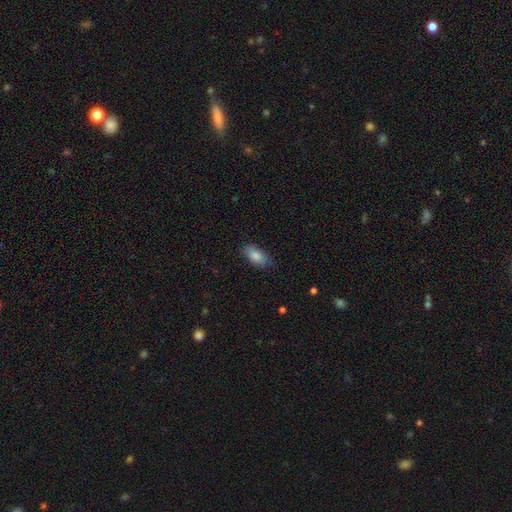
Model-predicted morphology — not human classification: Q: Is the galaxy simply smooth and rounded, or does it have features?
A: smooth — 86%.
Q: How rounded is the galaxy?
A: in between — 90%.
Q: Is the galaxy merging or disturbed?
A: none — 82%.